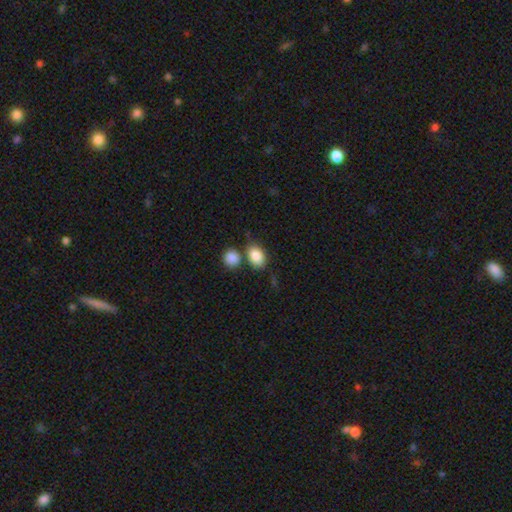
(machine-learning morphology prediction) Overall: smooth (87%). How rounded: in between (78%). Merging: none (63%).